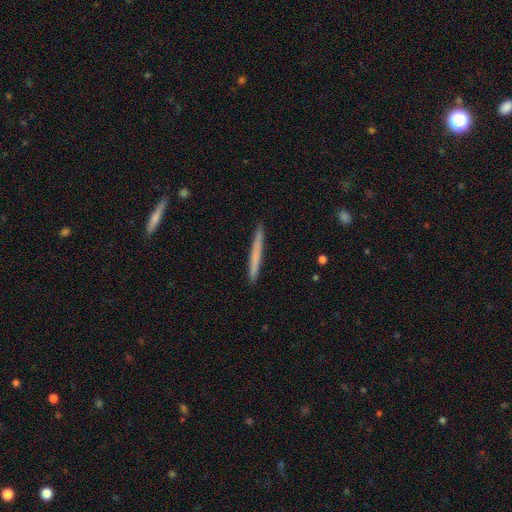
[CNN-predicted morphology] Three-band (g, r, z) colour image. It shows a smooth galaxy with no disk features (61%) that is cigar-shaped (97%). Merging: none (92%).